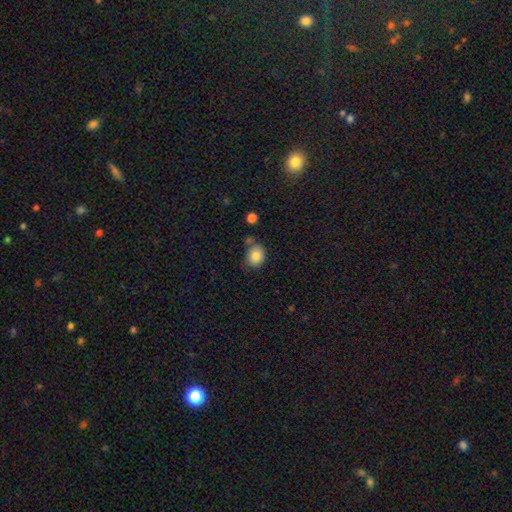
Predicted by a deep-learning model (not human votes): This appears to be a smooth galaxy with no disk features (84%) that is round (52%). Merging: none (65%).